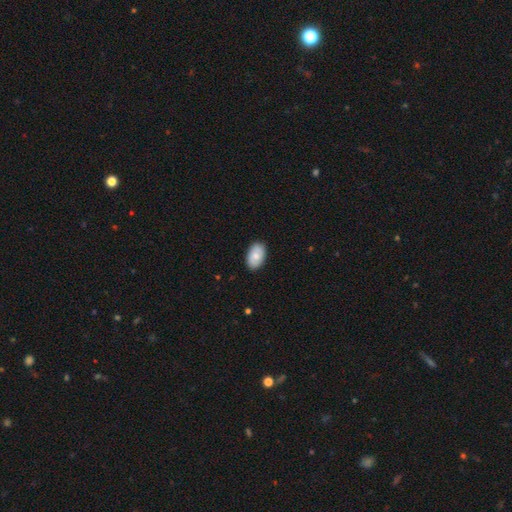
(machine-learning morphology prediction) Smooth or featured? Predicted: smooth (p=0.80). How rounded? Predicted: in between (p=0.93). Merging? Predicted: none (p=0.88).